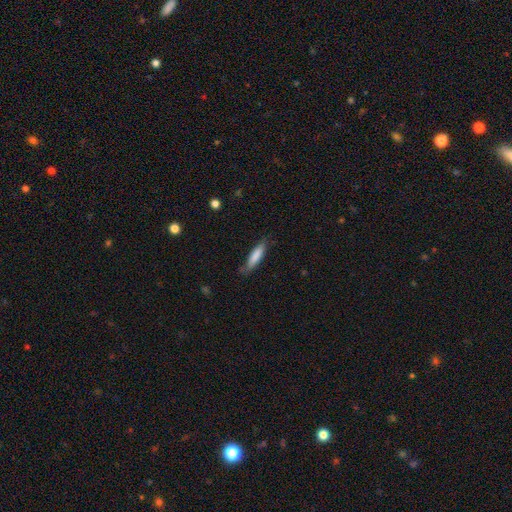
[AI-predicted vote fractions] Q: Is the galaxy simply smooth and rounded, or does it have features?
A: smooth — 81%.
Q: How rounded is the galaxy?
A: cigar-shaped — 75%.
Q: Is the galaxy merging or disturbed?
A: none — 75%.